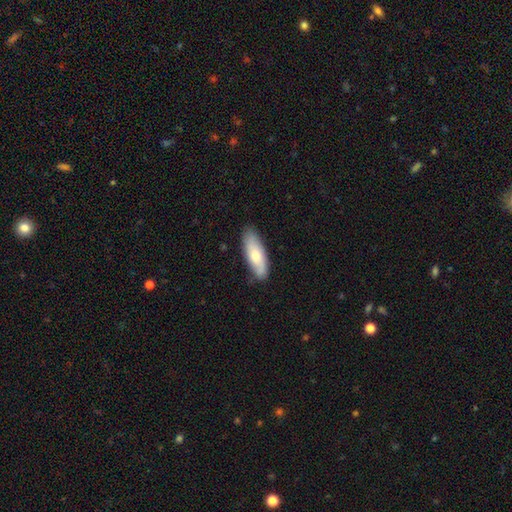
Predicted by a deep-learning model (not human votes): Q: Smooth or featured?
A: smooth (67%); runner-up: featured or disk (28%)
Q: How rounded?
A: in between (65%); runner-up: cigar-shaped (33%)
Q: Merging?
A: none (80%); runner-up: minor disturbance (16%)